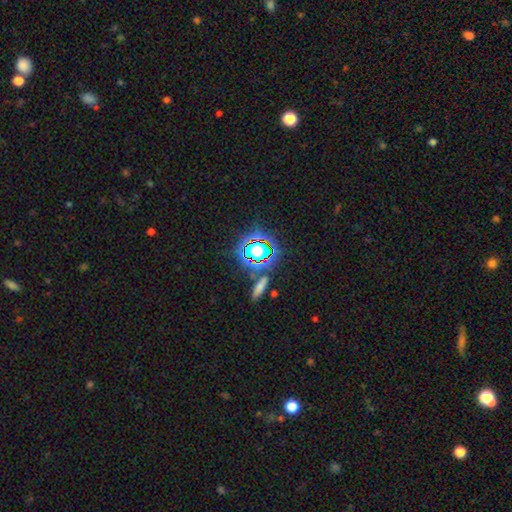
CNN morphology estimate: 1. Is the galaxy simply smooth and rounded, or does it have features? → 74% star or artifact, 16% smooth, 9% featured or disk.